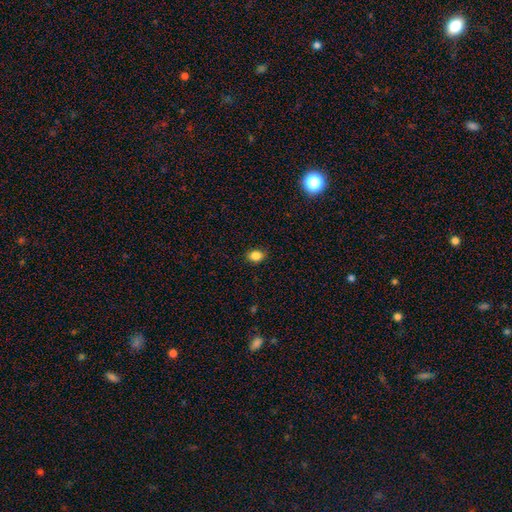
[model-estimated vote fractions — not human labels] Morphology: type=smooth (85%); roundness=in between (64%); merging=none (87%).